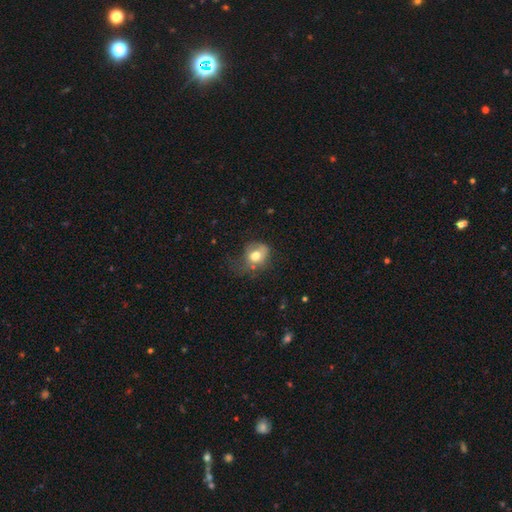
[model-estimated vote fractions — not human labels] Q: Smooth or featured?
A: smooth (68%); runner-up: featured or disk (22%)
Q: How rounded?
A: round (58%); runner-up: in between (41%)
Q: Merging?
A: major disturbance (37%); runner-up: minor disturbance (30%)